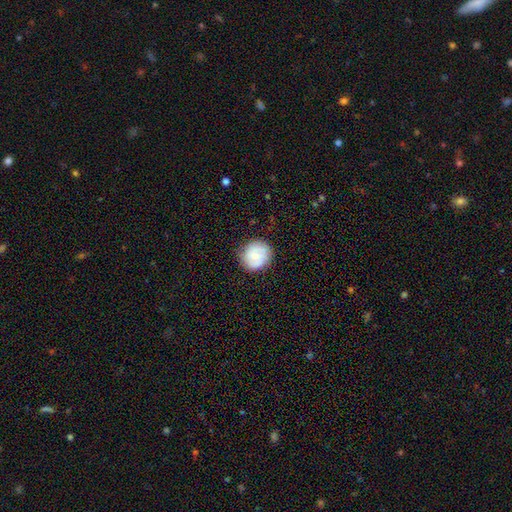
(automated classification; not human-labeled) Morphology: type=smooth (57%); roundness=round (87%); merging=none (82%).